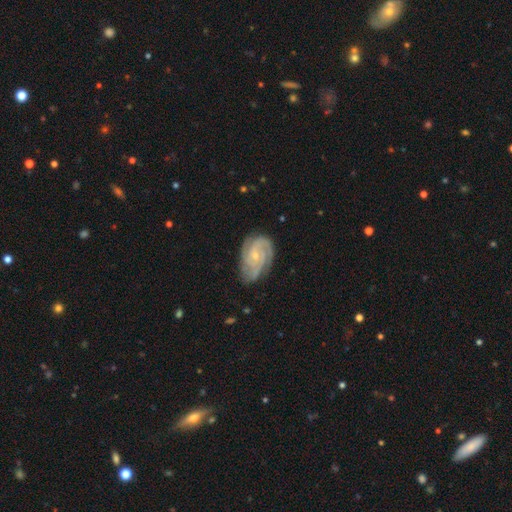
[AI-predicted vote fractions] Morphology: type=featured or disk (86%); edge-on=no (98%); bar=no (66%); spiral arms=yes (97%); winding=tight (61%); arm count=3 (41%); bulge=small (72%); merging=none (71%).